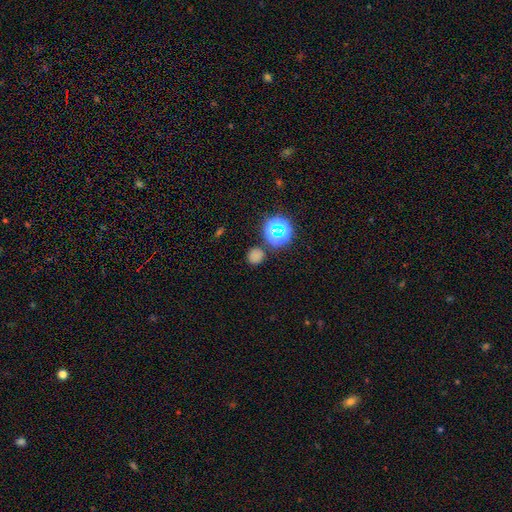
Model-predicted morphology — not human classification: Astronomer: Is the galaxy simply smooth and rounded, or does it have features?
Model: smooth — 68%.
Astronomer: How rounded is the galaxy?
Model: round — 87%.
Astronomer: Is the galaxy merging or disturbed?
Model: none — 81%.